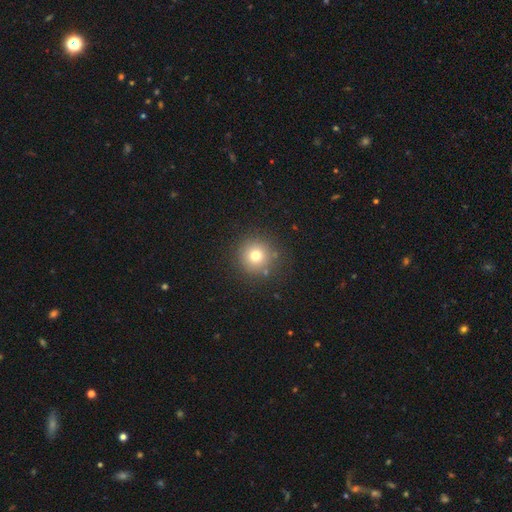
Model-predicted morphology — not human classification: Smooth or featured?
  - smooth: 74% *
  - star or artifact: 15%
  - featured or disk: 11%
How rounded?
  - round: 95% *
  - in between: 4%
  - cigar-shaped: 1%
Merging?
  - none: 87% *
  - minor disturbance: 7%
  - major disturbance: 3%
  - merger: 2%